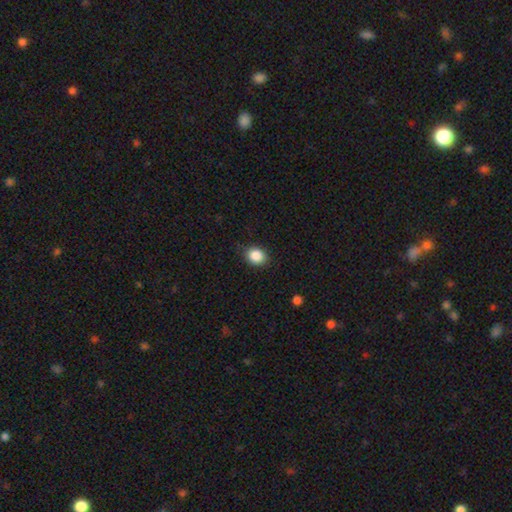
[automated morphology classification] A smooth galaxy with no disk features (87%) that is round (56%).

Vote fractions:
- Smooth or featured? smooth: 87% / star or artifact: 9% / featured or disk: 4%
- How rounded? round: 56% / in between: 43% / cigar-shaped: 1%
- Merging? none: 84% / minor disturbance: 12% / major disturbance: 3% / merger: 1%